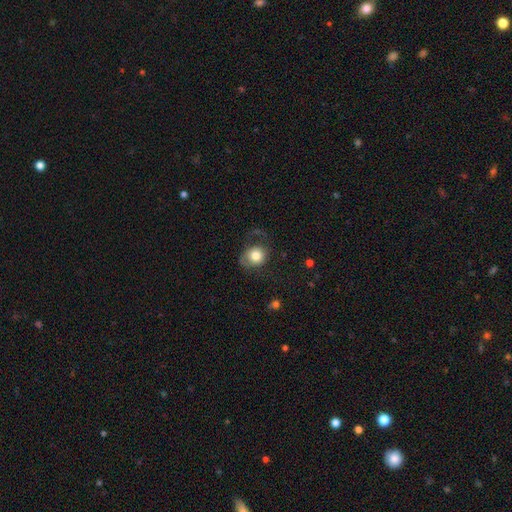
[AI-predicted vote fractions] A smooth galaxy with no disk features (74%) that is round (70%). Merging: none (48%).